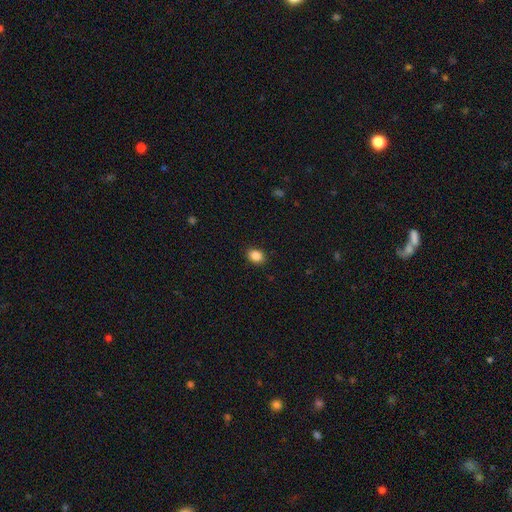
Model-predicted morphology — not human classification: smooth 87%, star or artifact 9%, featured or disk 4%. Down the decision tree: how rounded — in between (68%); merging — none (89%).